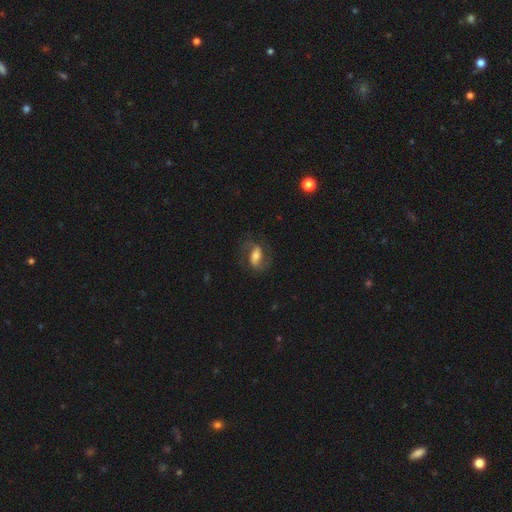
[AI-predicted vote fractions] Smooth or featured?
  - featured or disk: 55% *
  - smooth: 37%
  - star or artifact: 8%
Edge-on disk?
  - no: 93% *
  - yes: 7%
Bar?
  - strong: 37% *
  - weak: 36%
  - no: 27%
Spiral arms?
  - yes: 83% *
  - no: 17%
Bulge size?
  - moderate: 52% *
  - large: 22%
  - small: 19%
  - none: 3%
  - dominant: 3%
Merging?
  - none: 68% *
  - minor disturbance: 18%
  - major disturbance: 13%
  - merger: 1%